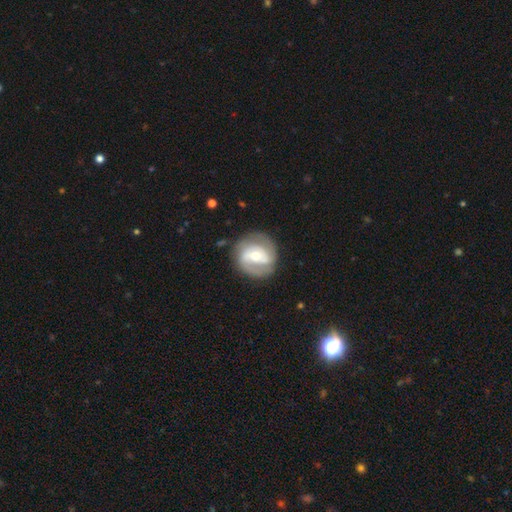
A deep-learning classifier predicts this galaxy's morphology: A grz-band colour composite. It shows a featured or disk galaxy (78%) with a weak bar (39%), 2 (78%) tight (43%) spiral arms (88%) and a moderate central bulge (62%). Merging: none (79%).